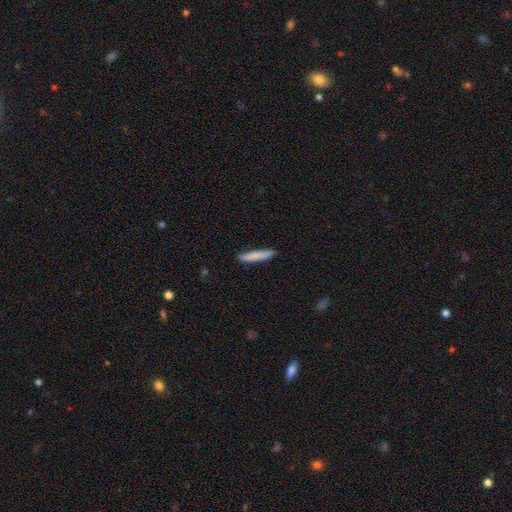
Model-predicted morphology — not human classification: smooth 82%, featured or disk 12%, star or artifact 6%. Down the decision tree: how rounded — cigar-shaped (92%); merging — none (89%).